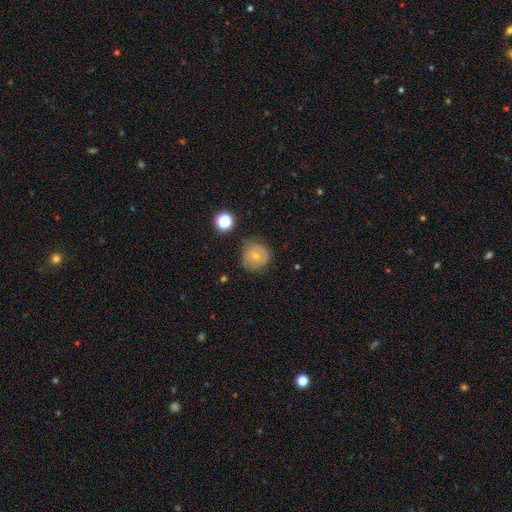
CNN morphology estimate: A smooth galaxy with no disk features (64%) that is round (90%). Merging: none (70%).